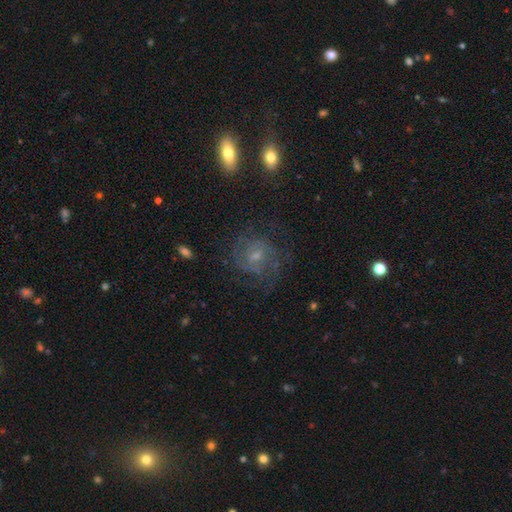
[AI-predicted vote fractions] This is likely a featured or disk galaxy (72%). It is clearly not viewed edge-on (98%). Bar: possibly weak (49%). Spiral arm pattern: clearly yes (90%). Spiral arm count: marginally 2 (36%). Spiral winding: possibly tight (46%). Central bulge: possibly small (51%). Merging: likely none (68%).